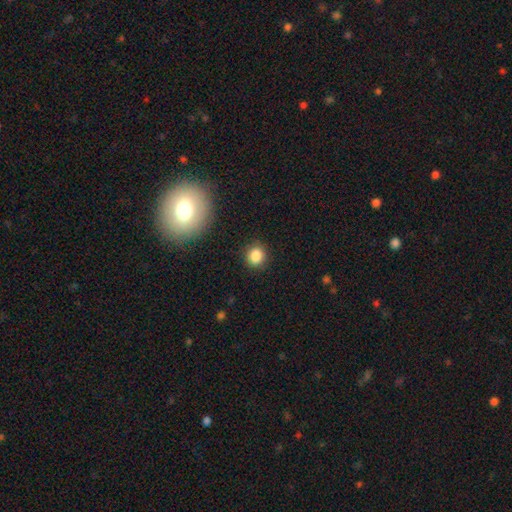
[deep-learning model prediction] smooth_or_featured: smooth (p=0.85) [alt: star or artifact p=0.10]
how_rounded: round (p=0.85) [alt: in between p=0.14]
merging: none (p=0.88) [alt: minor disturbance p=0.08]